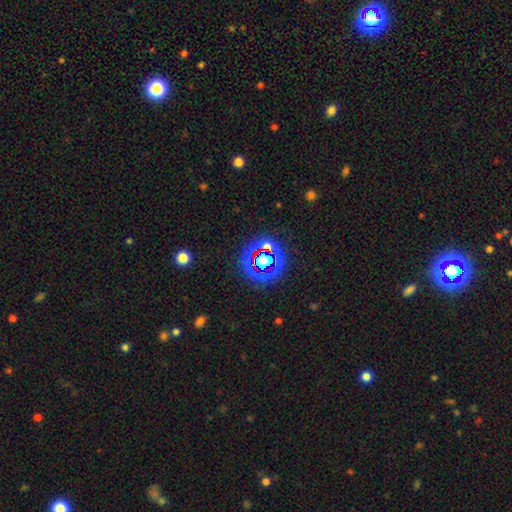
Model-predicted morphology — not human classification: Smooth or featured? star or artifact (73%)